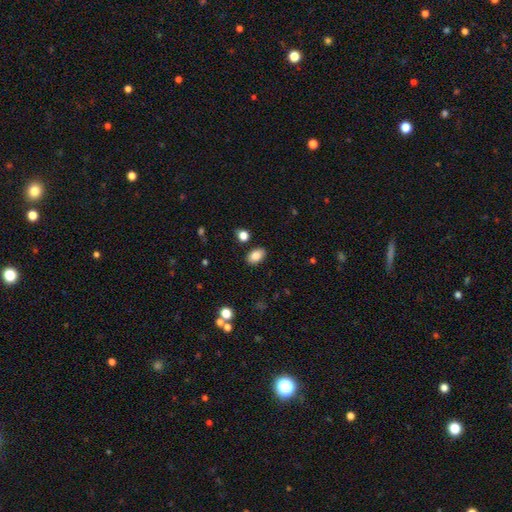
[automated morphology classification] Smooth or featured? Predicted: smooth (p=0.84). How rounded? Predicted: in between (p=0.89). Merging? Predicted: none (p=0.86).